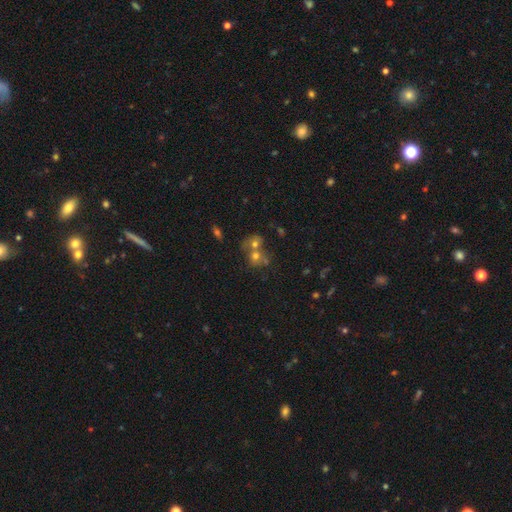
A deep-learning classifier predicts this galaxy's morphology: This is possibly a smooth galaxy (54%). How rounded: likely round (68%). Merging: likely merger (61%).